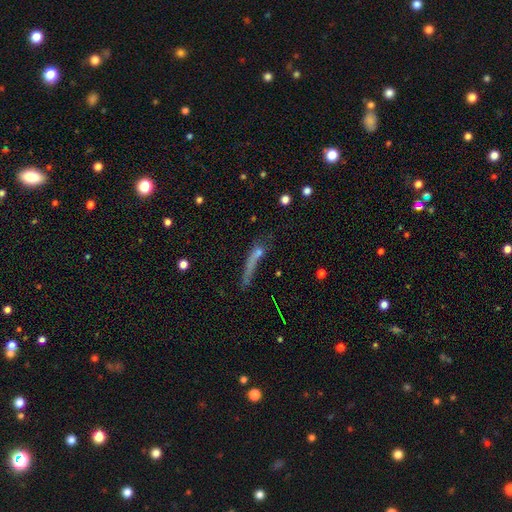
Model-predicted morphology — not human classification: Smooth or featured? smooth (53%)
How rounded? cigar-shaped (76%)
Merging? none (36%)